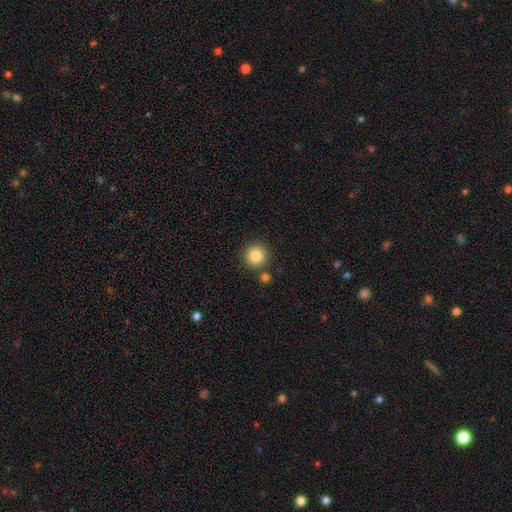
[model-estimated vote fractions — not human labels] smooth 86%, star or artifact 9%, featured or disk 5%. Down the decision tree: how rounded — round (94%); merging — none (84%).